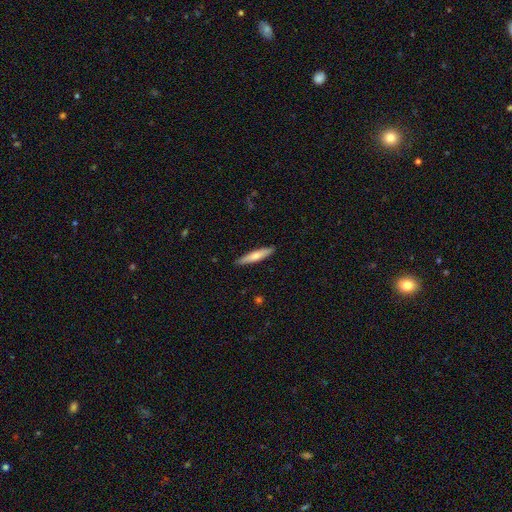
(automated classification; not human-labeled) The model was most divided on "smooth or featured": smooth: 68%, featured or disk: 27%, star or artifact: 5%. More confident: merging — none (90%); how rounded — cigar-shaped (86%).